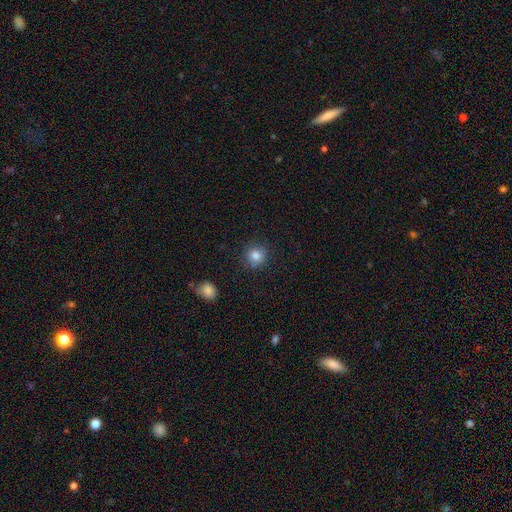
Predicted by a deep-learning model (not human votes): Smooth or featured: smooth — 83% (star or artifact — 11%)
How rounded: round — 91% (in between — 9%)
Merging: none — 85% (minor disturbance — 10%)